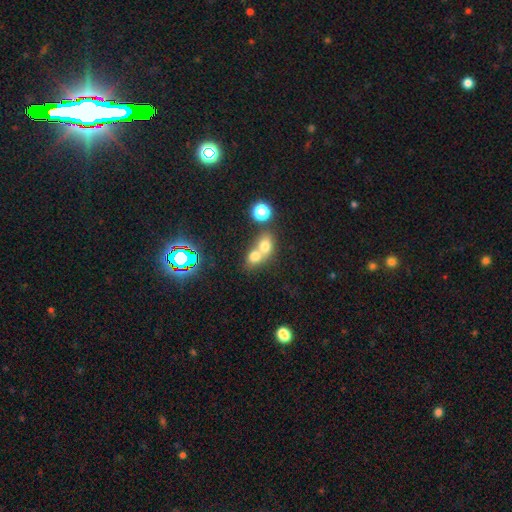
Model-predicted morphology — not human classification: Smooth or featured: smooth — 67% (star or artifact — 18%)
How rounded: round — 58% (in between — 40%)
Merging: merger — 68% (none — 24%)